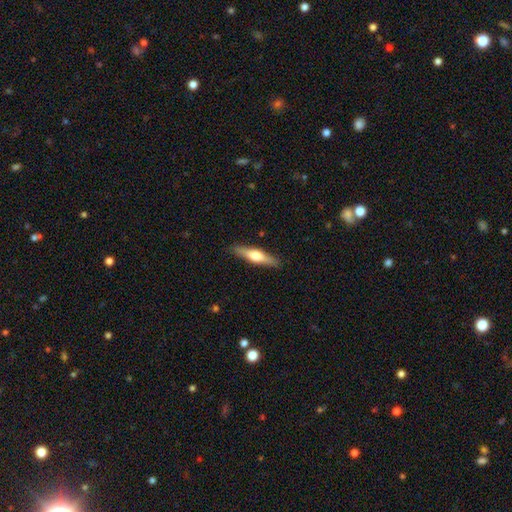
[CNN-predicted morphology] Overall: featured or disk (57%; smooth 37%). Edge-on disk: yes (96%). Edge-on bulge: rounded (92%). Merging: none (90%).